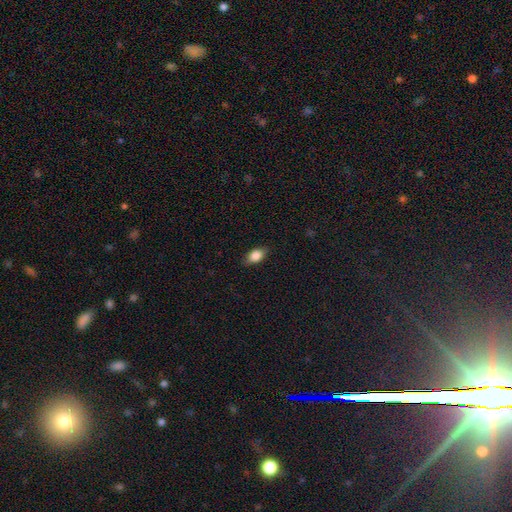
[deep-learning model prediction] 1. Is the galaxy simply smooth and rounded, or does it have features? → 85% smooth, 8% star or artifact, 7% featured or disk.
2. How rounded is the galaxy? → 87% in between, 9% round, 4% cigar-shaped.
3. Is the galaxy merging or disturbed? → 83% none, 13% minor disturbance, 3% major disturbance, 1% merger.